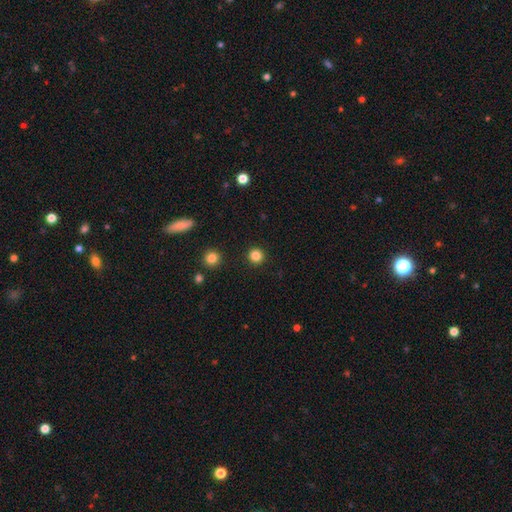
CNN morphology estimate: type=smooth (83%); roundness=round (94%); merging=none (92%).